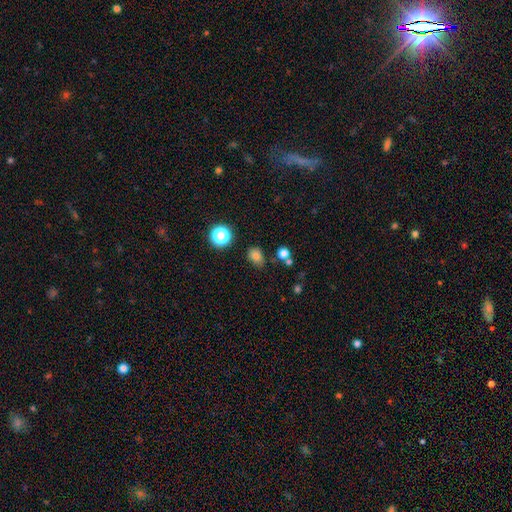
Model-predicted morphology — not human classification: This is likely a smooth galaxy (78%). How rounded: likely in between (60%). Merging: likely none (74%).